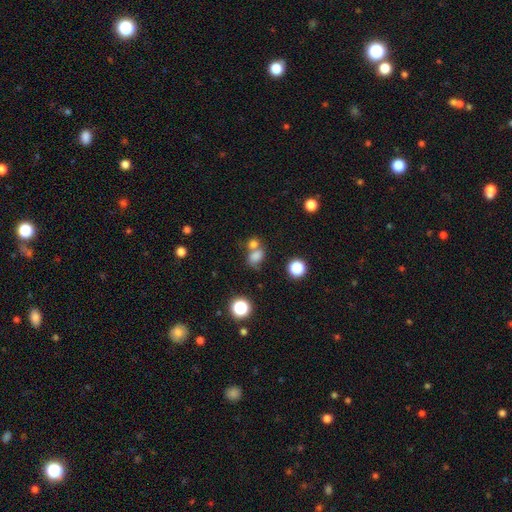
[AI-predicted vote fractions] Overall: smooth (71%). How rounded: in between (57%; round 41%). Merging: merger (46%; none 34%).